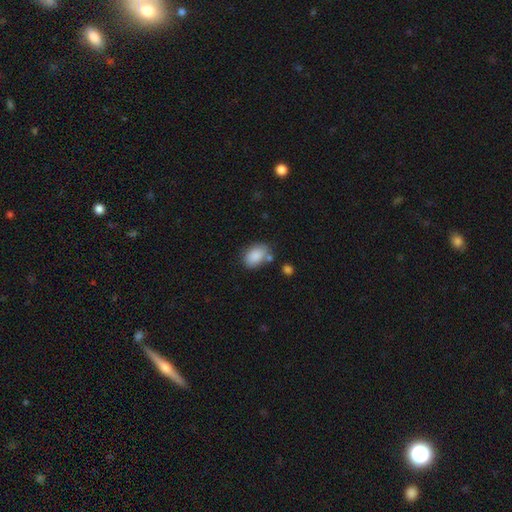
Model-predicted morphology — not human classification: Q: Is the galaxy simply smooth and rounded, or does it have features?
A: smooth — 87%.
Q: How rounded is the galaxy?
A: in between — 86%.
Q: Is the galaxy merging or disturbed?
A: none — 68%.